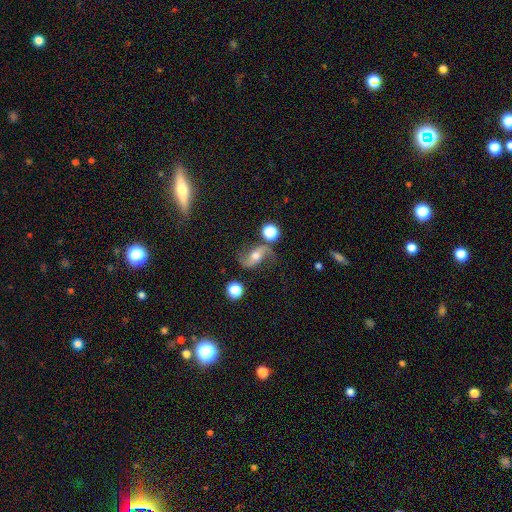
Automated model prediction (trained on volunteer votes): A featured or disk galaxy (82%) with no bar (49%), 2 (93%) loose (78%) spiral arms (96%) and a moderate central bulge (65%). Merging: none (72%).